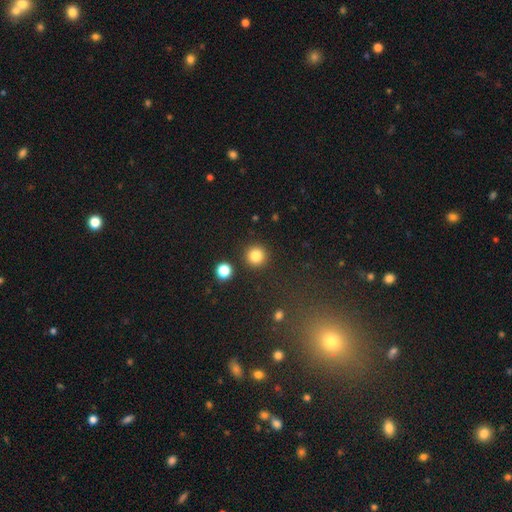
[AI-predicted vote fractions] smooth_or_featured: smooth (p=0.83) [alt: star or artifact p=0.12]
how_rounded: round (p=0.95) [alt: in between p=0.05]
merging: none (p=0.90) [alt: minor disturbance p=0.05]